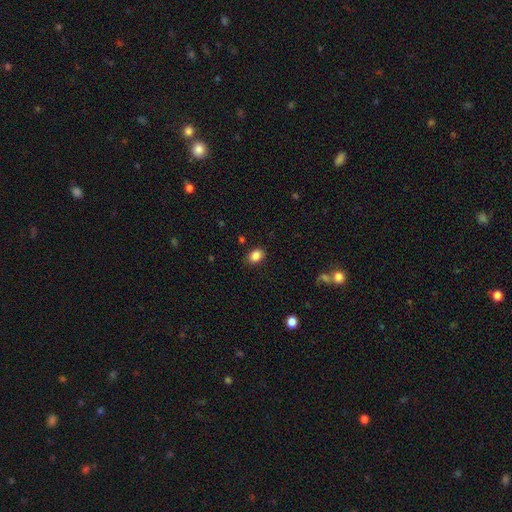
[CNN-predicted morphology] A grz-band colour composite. It shows a smooth galaxy with no disk features (86%) that is in between round and cigar-shaped (66%). Merging: none (85%).